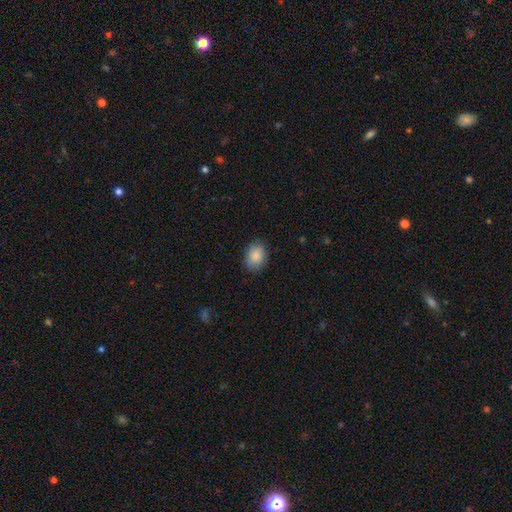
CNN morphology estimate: smooth 88%, star or artifact 7%, featured or disk 5%. Down the decision tree: how rounded — in between (72%); merging — none (84%).